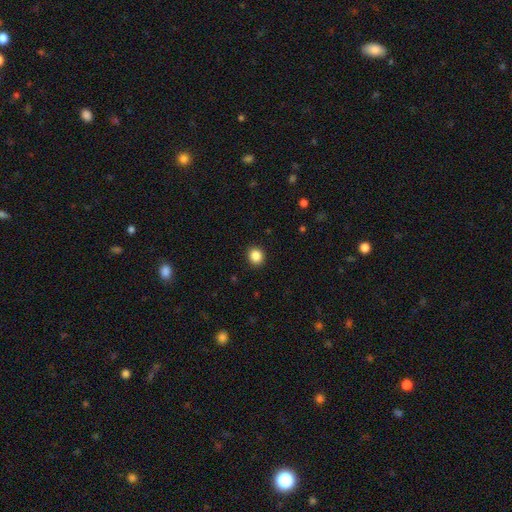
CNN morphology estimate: Q: Smooth or featured?
A: smooth (86%); runner-up: star or artifact (10%)
Q: How rounded?
A: round (82%); runner-up: in between (18%)
Q: Merging?
A: none (92%); runner-up: minor disturbance (5%)